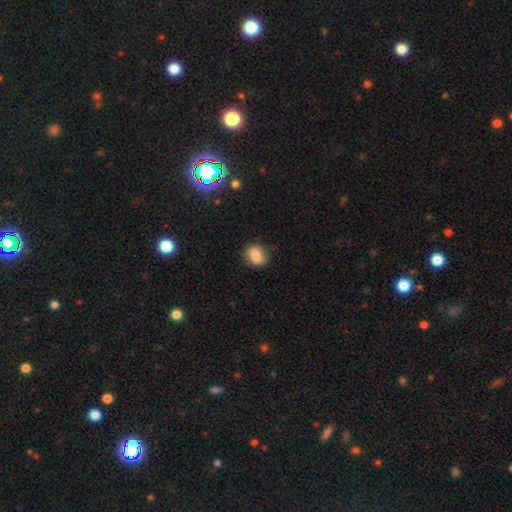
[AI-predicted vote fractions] Smooth or featured?
  - smooth: 75% *
  - featured or disk: 17%
  - star or artifact: 9%
How rounded?
  - round: 59% *
  - in between: 39%
  - cigar-shaped: 1%
Merging?
  - none: 81% *
  - minor disturbance: 14%
  - major disturbance: 4%
  - merger: 1%